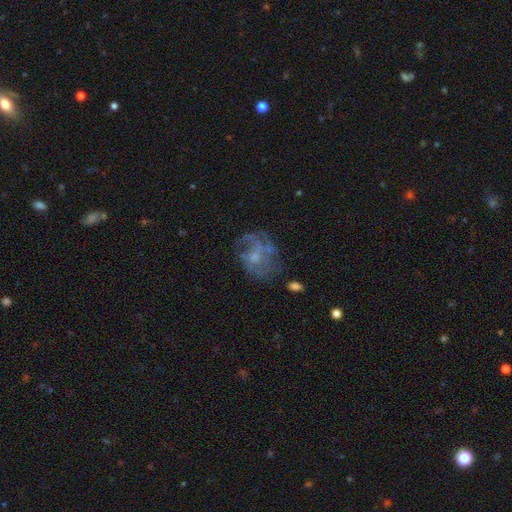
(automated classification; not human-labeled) Smooth or featured? Predicted: featured or disk (p=0.67). Edge-on disk? Predicted: no (p=0.98). Bar? Predicted: no (p=0.72). Spiral arms? Predicted: yes (p=0.63). Bulge size? Predicted: small (p=0.48). Merging? Predicted: none (p=0.48).